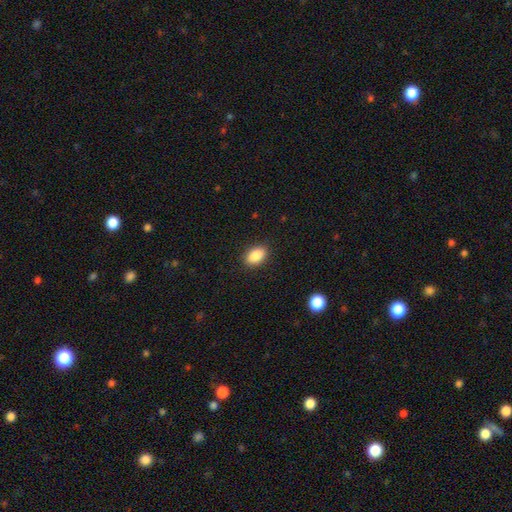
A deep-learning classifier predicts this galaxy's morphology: Overall: smooth (87%). How rounded: in between (87%). Merging: none (88%).